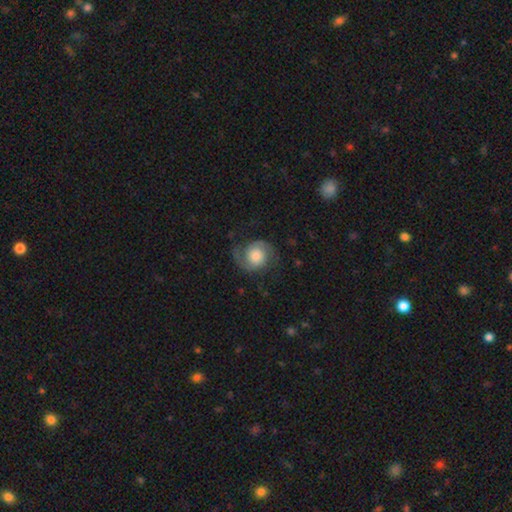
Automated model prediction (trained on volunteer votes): This is clearly a featured or disk galaxy (81%). It is clearly not viewed edge-on (98%). Bar: likely no (74%). Spiral arm pattern: clearly yes (97%). Spiral arm count: clearly 2 (92%). Spiral winding: possibly medium (50%). Central bulge: marginally moderate (37%). Merging: likely none (75%).